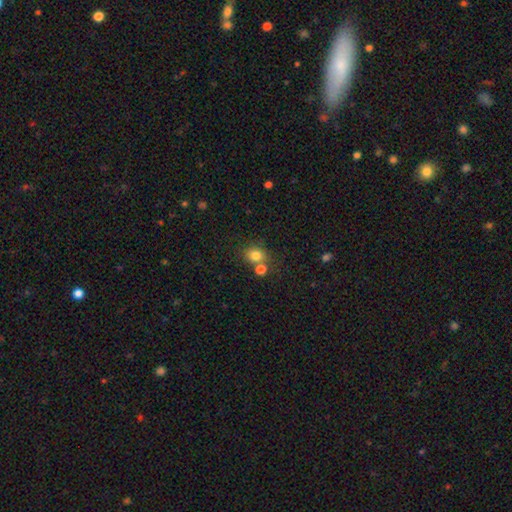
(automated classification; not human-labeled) Smooth or featured?
  - smooth: 79% *
  - star or artifact: 13%
  - featured or disk: 8%
How rounded?
  - round: 67% *
  - in between: 32%
  - cigar-shaped: 1%
Merging?
  - none: 62% *
  - merger: 23%
  - minor disturbance: 11%
  - major disturbance: 4%